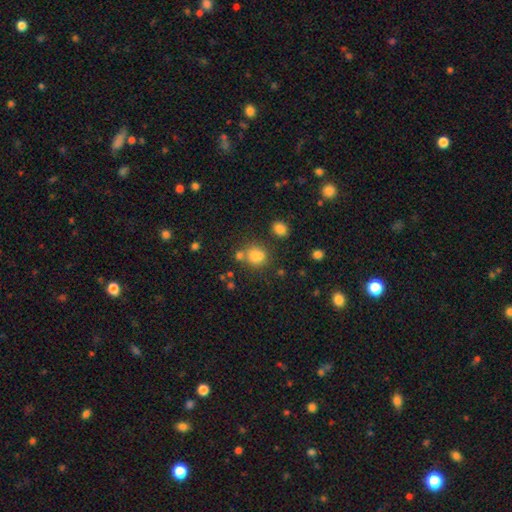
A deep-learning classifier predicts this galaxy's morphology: smooth 77%, star or artifact 15%, featured or disk 8%. Down the decision tree: how rounded — round (68%); merging — none (59%).